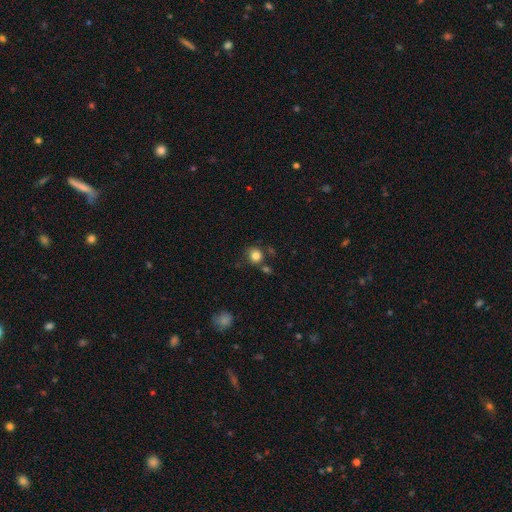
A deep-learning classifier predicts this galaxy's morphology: type=smooth (82%); roundness=round (83%); merging=none (71%).